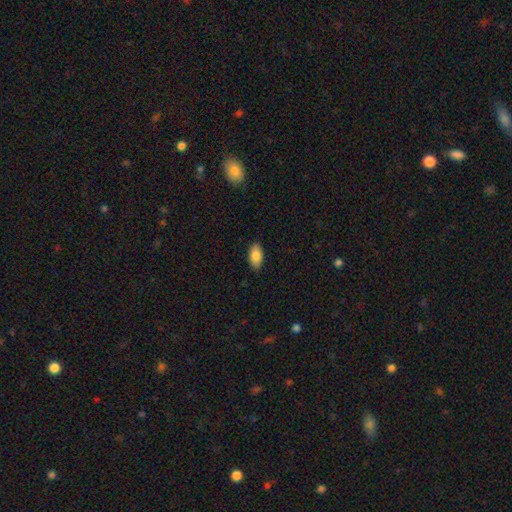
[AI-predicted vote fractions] Smooth or featured? Predicted: smooth (p=0.85). How rounded? Predicted: in between (p=0.93). Merging? Predicted: none (p=0.89).